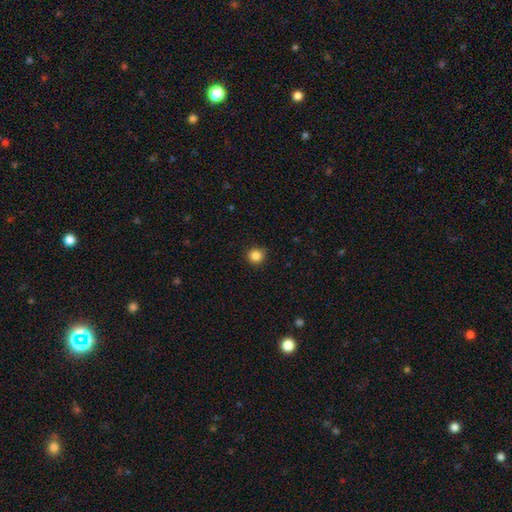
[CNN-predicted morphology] smooth_or_featured: smooth (p=0.85) [alt: star or artifact p=0.11]
how_rounded: round (p=0.93) [alt: in between p=0.06]
merging: none (p=0.90) [alt: minor disturbance p=0.07]